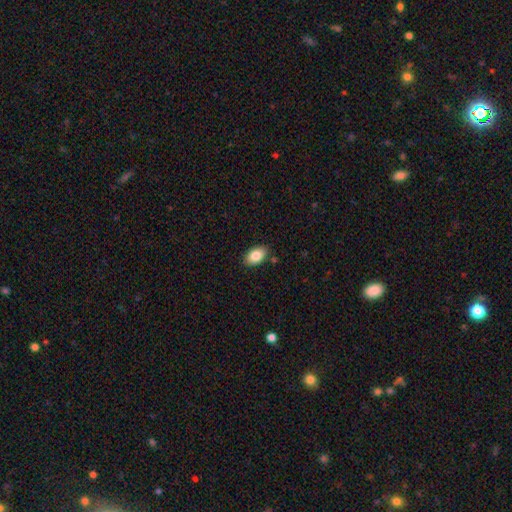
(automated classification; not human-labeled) smooth-or-featured: smooth: 85% | featured or disk: 8% | star or artifact: 7%
  how-rounded: in between: 92% | round: 7% | cigar-shaped: 2%
  merging: none: 86% | minor disturbance: 10% | major disturbance: 2% | merger: 2%